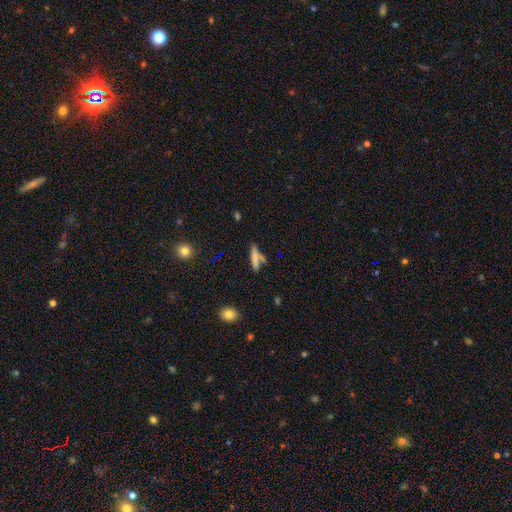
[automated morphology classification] Smooth or featured? Predicted: smooth (p=0.69). How rounded? Predicted: cigar-shaped (p=0.77). Merging? Predicted: none (p=0.53).